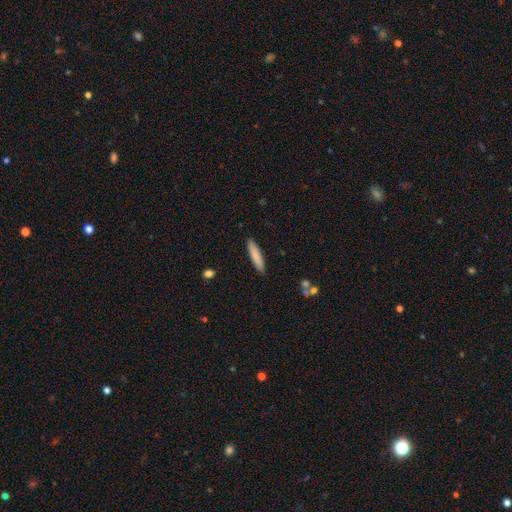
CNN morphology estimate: Smooth or featured: smooth — 83% (featured or disk — 11%)
How rounded: cigar-shaped — 86% (in between — 13%)
Merging: none — 89% (minor disturbance — 8%)